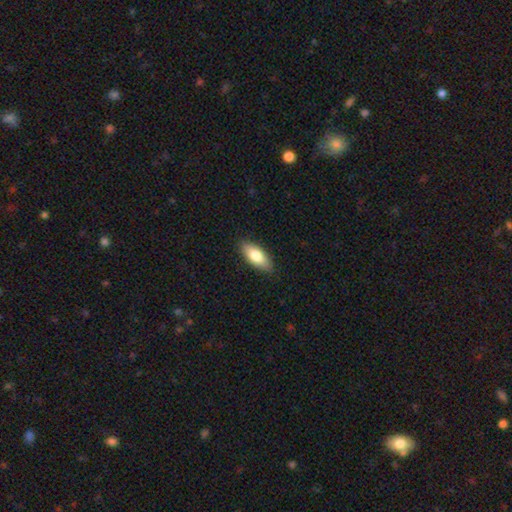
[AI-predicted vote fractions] The model was most divided on "smooth or featured": smooth: 78%, featured or disk: 17%, star or artifact: 6%. More confident: merging — none (87%); how rounded — in between (82%).